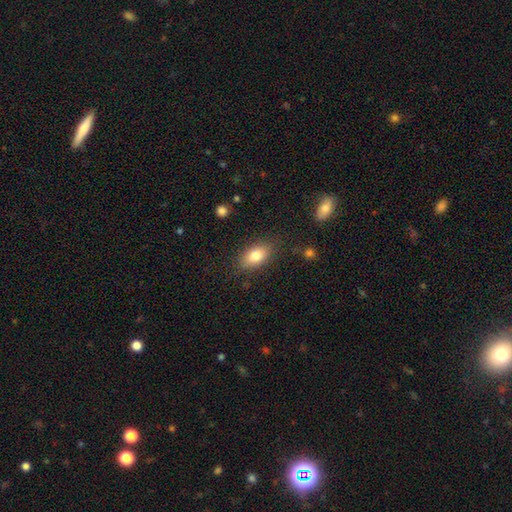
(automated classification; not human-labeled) Smooth or featured? smooth (80%)
How rounded? in between (87%)
Merging? none (83%)